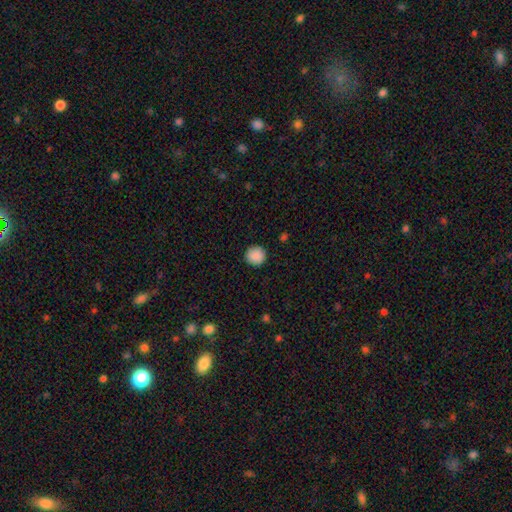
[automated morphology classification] Smooth or featured: smooth — 89% (star or artifact — 8%)
How rounded: round — 94% (in between — 5%)
Merging: none — 91% (minor disturbance — 6%)